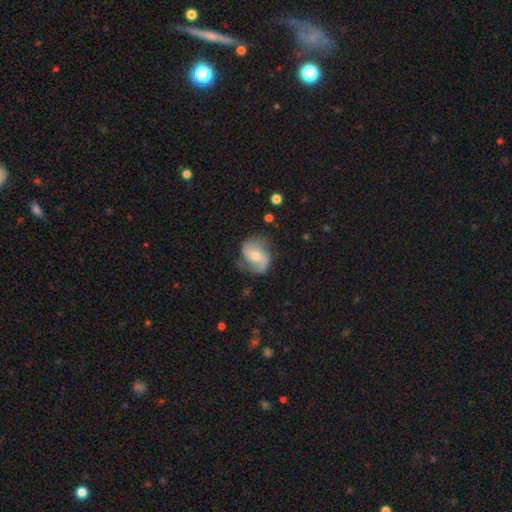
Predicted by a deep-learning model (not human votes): Smooth or featured? Predicted: featured or disk (p=0.79). Edge-on disk? Predicted: no (p=0.98). Bar? Predicted: no (p=0.48). Spiral arms? Predicted: yes (p=0.94). Spiral winding? Predicted: medium (p=0.47). Spiral arm count? Predicted: 2 (p=0.84). Bulge size? Predicted: moderate (p=0.66). Merging? Predicted: none (p=0.66).